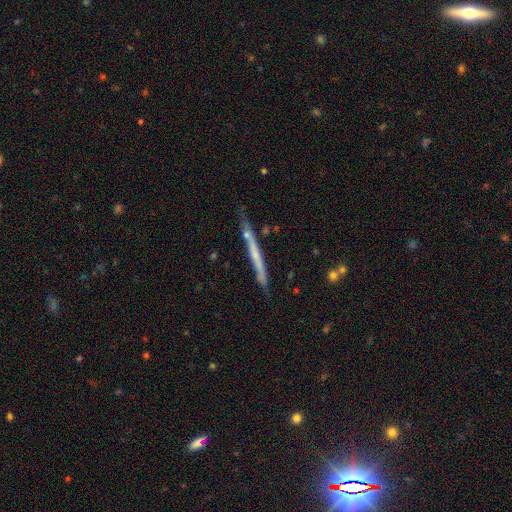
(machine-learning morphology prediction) smooth-or-featured: featured or disk: 56% | smooth: 37% | star or artifact: 6%
  disk-edge-on: yes: 94% | no: 6%
    edge-on-bulge: none: 77% | rounded: 17% | boxy: 6%
  merging: none: 74% | minor disturbance: 17% | merger: 5% | major disturbance: 3%